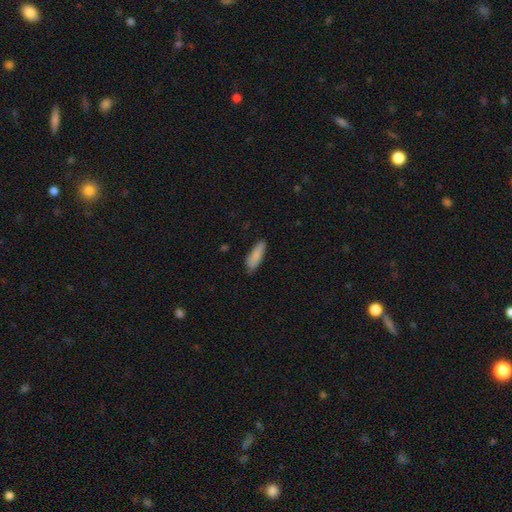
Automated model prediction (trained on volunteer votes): A smooth galaxy with no disk features (87%) that is in between round and cigar-shaped (51%). Merging: none (79%).